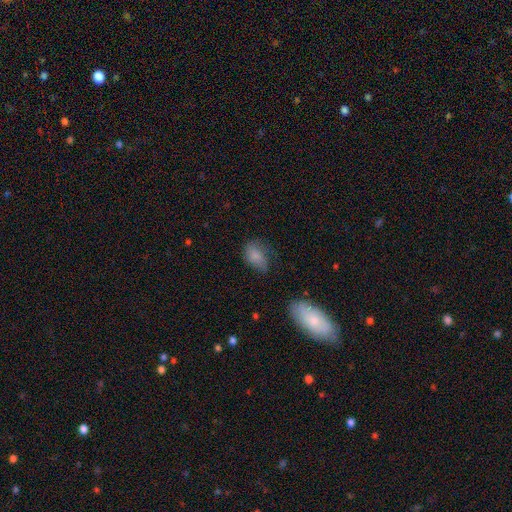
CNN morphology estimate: Smooth or featured?
  - smooth: 78% *
  - featured or disk: 13%
  - star or artifact: 9%
How rounded?
  - in between: 84% *
  - round: 14%
  - cigar-shaped: 2%
Merging?
  - none: 48% *
  - minor disturbance: 33%
  - major disturbance: 17%
  - merger: 2%